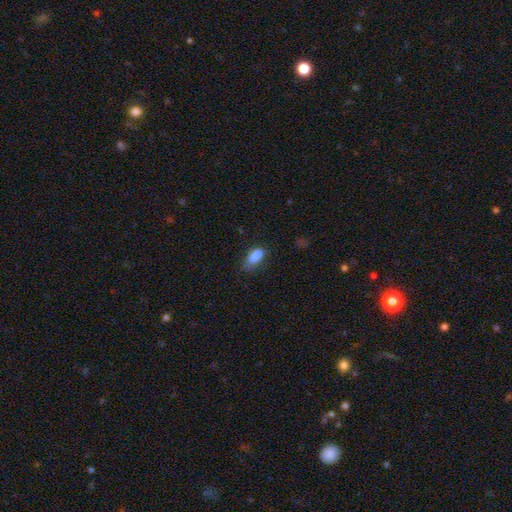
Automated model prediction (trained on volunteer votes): Smooth or featured? smooth (81%)
How rounded? in between (82%)
Merging? none (41%)